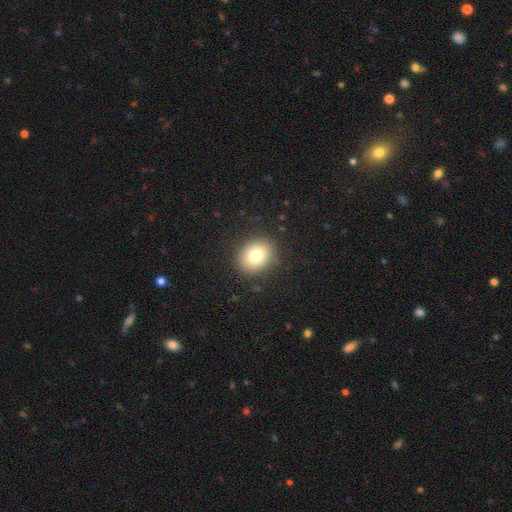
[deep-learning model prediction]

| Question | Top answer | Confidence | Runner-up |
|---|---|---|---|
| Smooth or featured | smooth | 77% | star or artifact (12%) |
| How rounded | round | 61% | in between (38%) |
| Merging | none | 88% | minor disturbance (8%) |